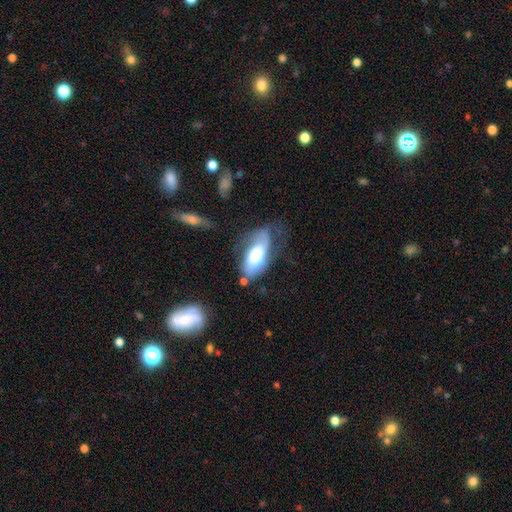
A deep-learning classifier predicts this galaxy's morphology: smooth 51%, featured or disk 42%, star or artifact 7%. Down the decision tree: how rounded — in between (87%); merging — none (39%).